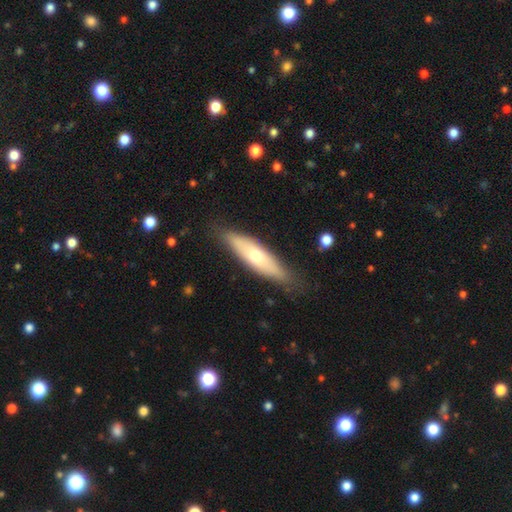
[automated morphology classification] A smooth galaxy with no disk features (55%) that is cigar-shaped (63%).

Vote fractions:
- Smooth or featured? smooth: 55% / featured or disk: 39% / star or artifact: 6%
- How rounded? cigar-shaped: 63% / in between: 35% / round: 2%
- Merging? none: 82% / minor disturbance: 14% / major disturbance: 3% / merger: 1%